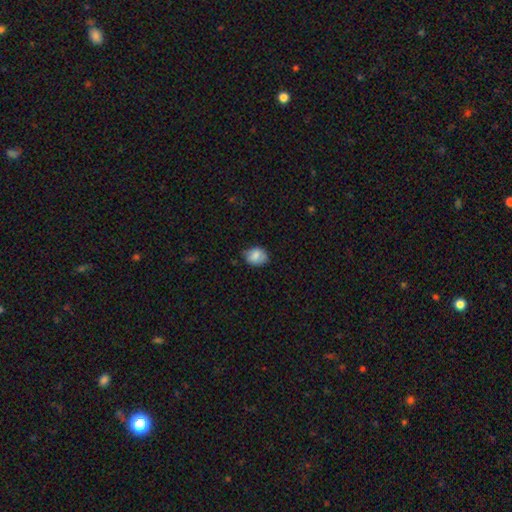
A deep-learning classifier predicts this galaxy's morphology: Smooth or featured?
  - smooth: 78% *
  - featured or disk: 13%
  - star or artifact: 9%
How rounded?
  - in between: 57% *
  - round: 42%
  - cigar-shaped: 1%
Merging?
  - none: 66% *
  - minor disturbance: 27%
  - major disturbance: 5%
  - merger: 1%